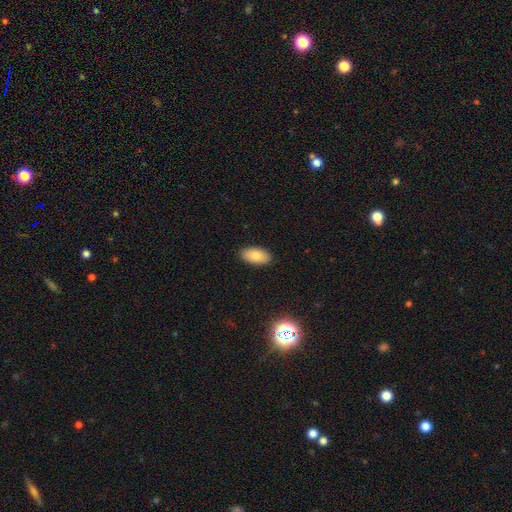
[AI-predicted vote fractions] A smooth galaxy with no disk features (80%) that is in between round and cigar-shaped (94%).

Vote fractions:
- Smooth or featured? smooth: 80% / featured or disk: 12% / star or artifact: 8%
- How rounded? in between: 94% / round: 3% / cigar-shaped: 3%
- Merging? none: 89% / minor disturbance: 8% / major disturbance: 2% / merger: 1%